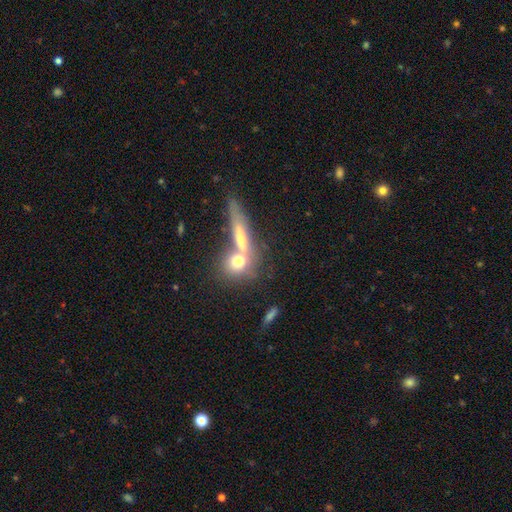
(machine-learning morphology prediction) Smooth or featured? Predicted: smooth (p=0.47). Merging? Predicted: none (p=0.42).